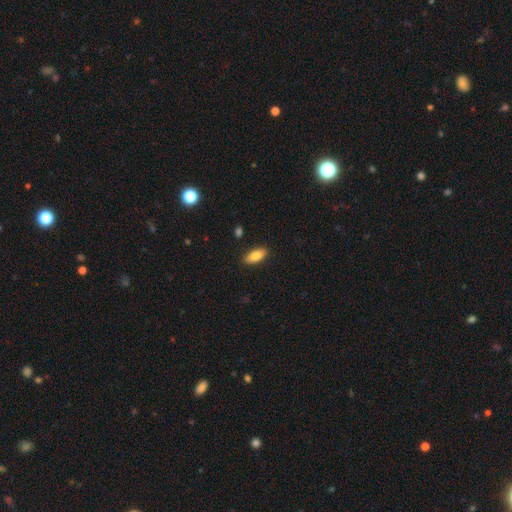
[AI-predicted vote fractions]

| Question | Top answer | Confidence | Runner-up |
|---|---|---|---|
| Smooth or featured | smooth | 83% | featured or disk (10%) |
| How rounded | in between | 86% | cigar-shaped (12%) |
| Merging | none | 88% | minor disturbance (8%) |